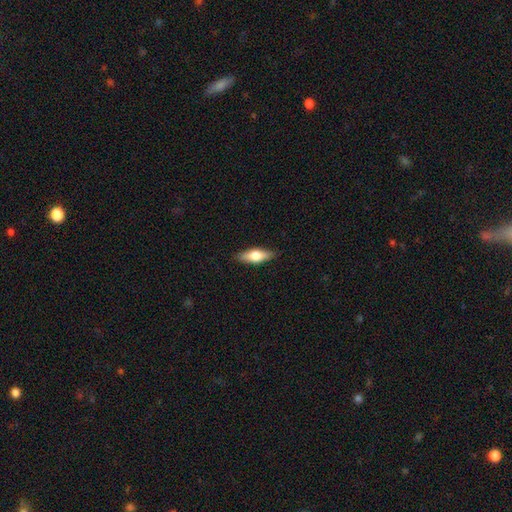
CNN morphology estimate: The model was most divided on "how rounded": in between: 62%, cigar-shaped: 35%, round: 3%. More confident: merging — none (88%); smooth or featured — smooth (61%).